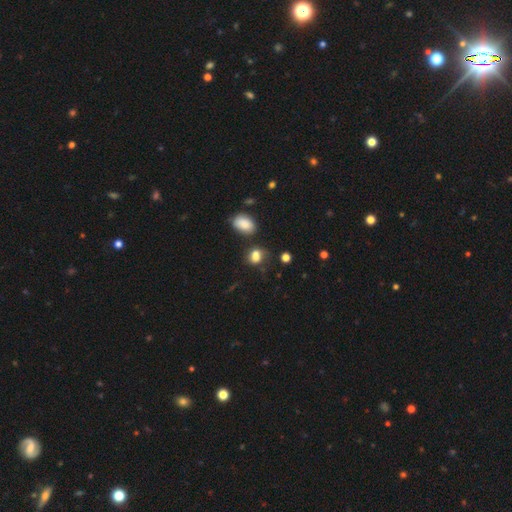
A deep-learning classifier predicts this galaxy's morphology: Smooth or featured: smooth — 79% (star or artifact — 13%)
How rounded: in between — 56% (round — 43%)
Merging: none — 53% (minor disturbance — 22%)